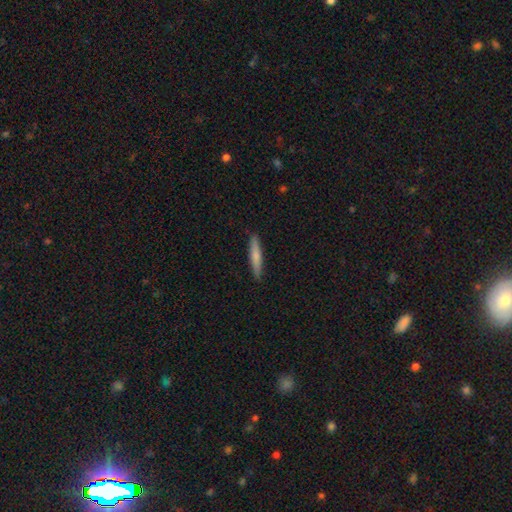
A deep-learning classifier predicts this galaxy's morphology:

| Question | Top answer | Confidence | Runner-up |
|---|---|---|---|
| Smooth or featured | smooth | 73% | featured or disk (21%) |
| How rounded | cigar-shaped | 90% | in between (9%) |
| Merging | none | 90% | minor disturbance (8%) |